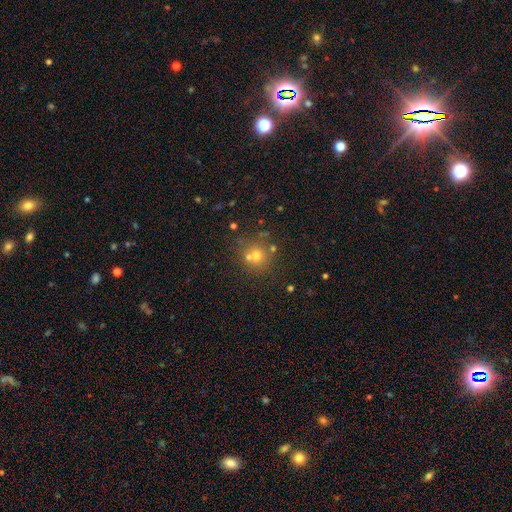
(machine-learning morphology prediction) Smooth or featured? smooth (60%)
How rounded? round (89%)
Merging? none (59%)